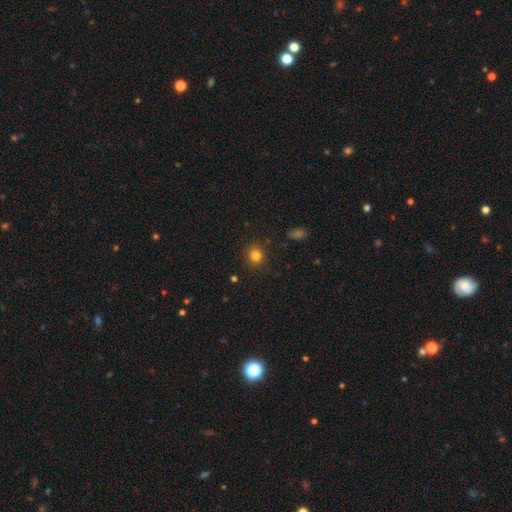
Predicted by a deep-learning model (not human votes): This is clearly a smooth galaxy (82%). How rounded: clearly round (84%). Merging: clearly none (88%).